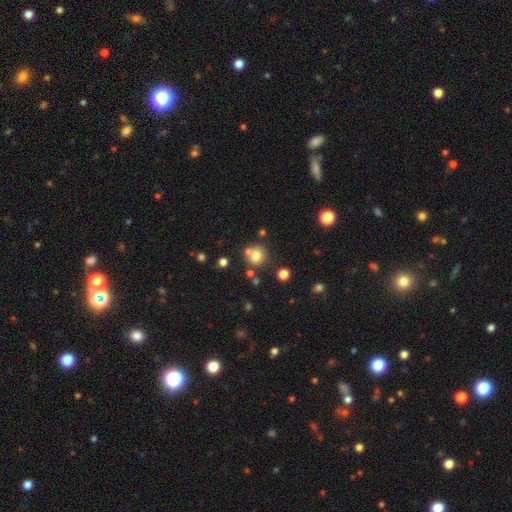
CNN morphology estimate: The model was most divided on "merging": none: 68%, merger: 19%, minor disturbance: 10%, major disturbance: 3%. More confident: how rounded — round (90%); smooth or featured — smooth (75%).